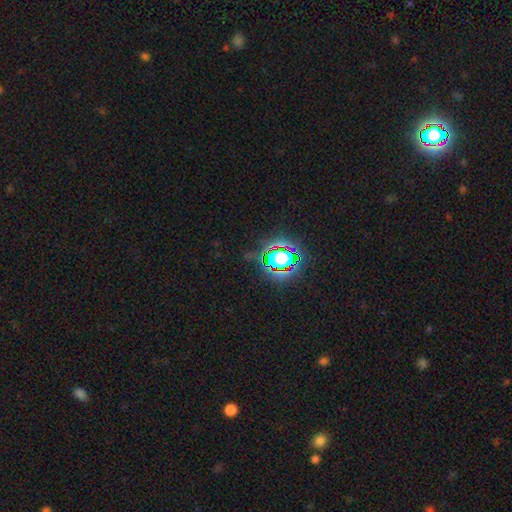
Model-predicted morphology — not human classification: smooth_or_featured: star or artifact (p=0.79) [alt: smooth p=0.13]